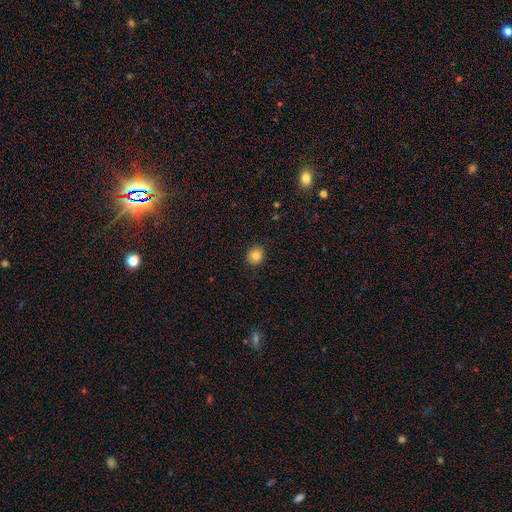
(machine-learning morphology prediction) Smooth or featured?
  - smooth: 81% *
  - star or artifact: 11%
  - featured or disk: 8%
How rounded?
  - round: 84% *
  - in between: 15%
  - cigar-shaped: 1%
Merging?
  - none: 89% *
  - minor disturbance: 8%
  - major disturbance: 2%
  - merger: 1%